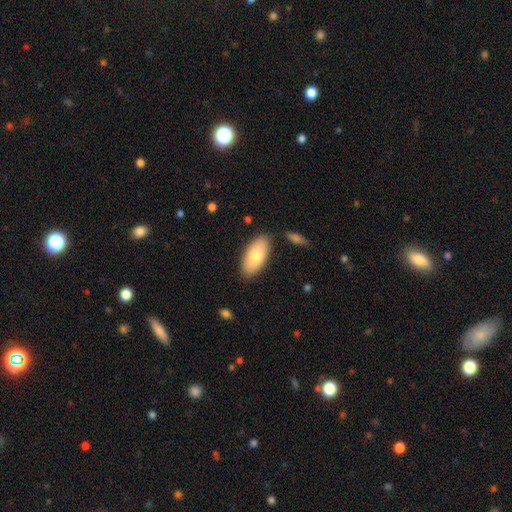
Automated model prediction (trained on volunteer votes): A smooth galaxy with no disk features (76%) that is in between round and cigar-shaped (92%).

Vote fractions:
- Smooth or featured? smooth: 76% / featured or disk: 18% / star or artifact: 6%
- How rounded? in between: 92% / cigar-shaped: 6% / round: 2%
- Merging? none: 83% / minor disturbance: 11% / merger: 3% / major disturbance: 2%